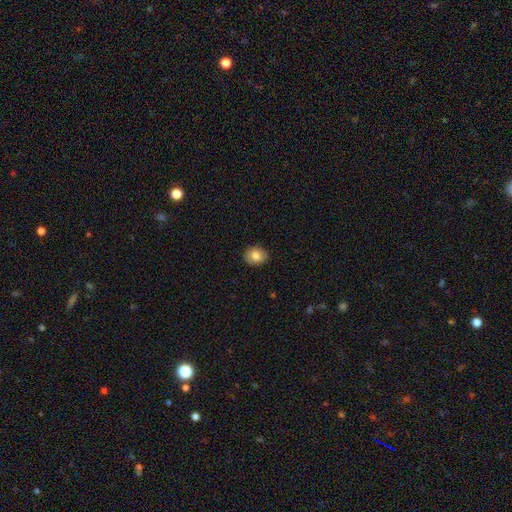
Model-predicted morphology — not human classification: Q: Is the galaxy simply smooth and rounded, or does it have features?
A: smooth — 82%.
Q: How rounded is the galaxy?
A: round — 55%.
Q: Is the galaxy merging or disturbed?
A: none — 89%.